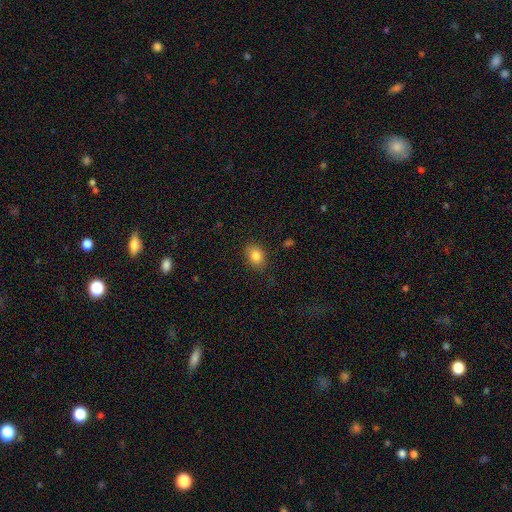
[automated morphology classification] This is clearly a smooth galaxy (84%). How rounded: likely in between (67%). Merging: clearly none (84%).